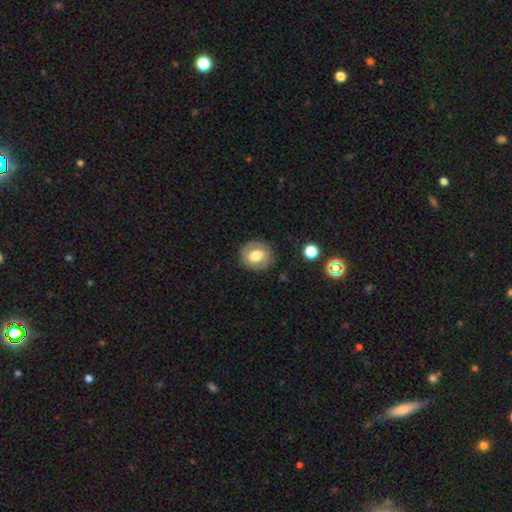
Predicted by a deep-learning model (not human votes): Smooth or featured? Predicted: smooth (p=0.58). How rounded? Predicted: round (p=0.68). Merging? Predicted: none (p=0.81).